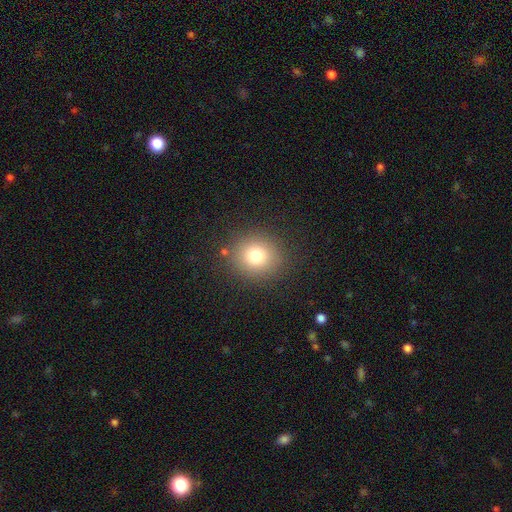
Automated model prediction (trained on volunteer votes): smooth 76%, star or artifact 14%, featured or disk 10%. Down the decision tree: how rounded — round (85%); merging — none (86%).